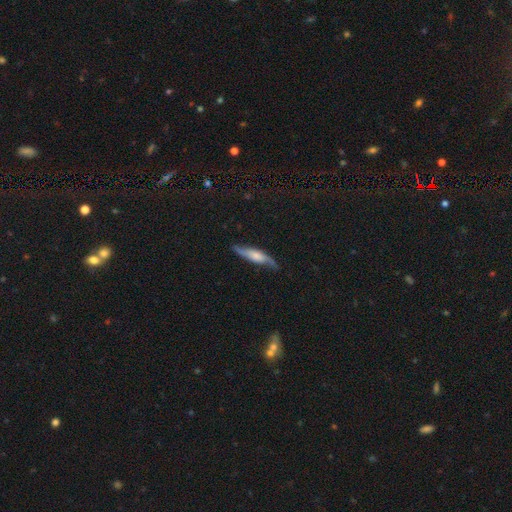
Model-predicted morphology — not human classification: smooth-or-featured: featured or disk: 61% | smooth: 33% | star or artifact: 6%
  disk-edge-on: yes: 53% | no: 47%
  merging: none: 74% | minor disturbance: 20% | major disturbance: 5% | merger: 2%